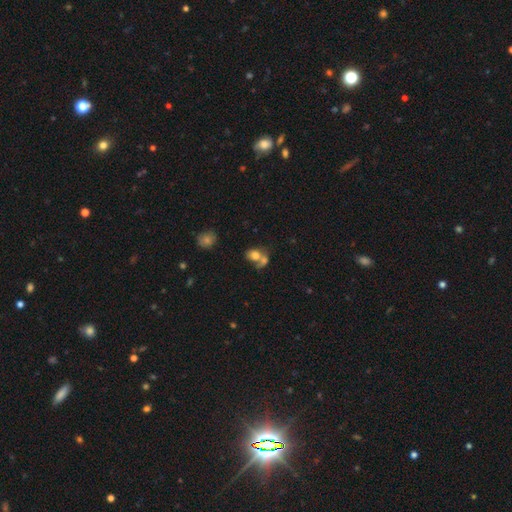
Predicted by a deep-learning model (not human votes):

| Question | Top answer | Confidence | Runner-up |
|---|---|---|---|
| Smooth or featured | smooth | 75% | featured or disk (15%) |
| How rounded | in between | 54% | round (44%) |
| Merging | merger | 58% | none (27%) |